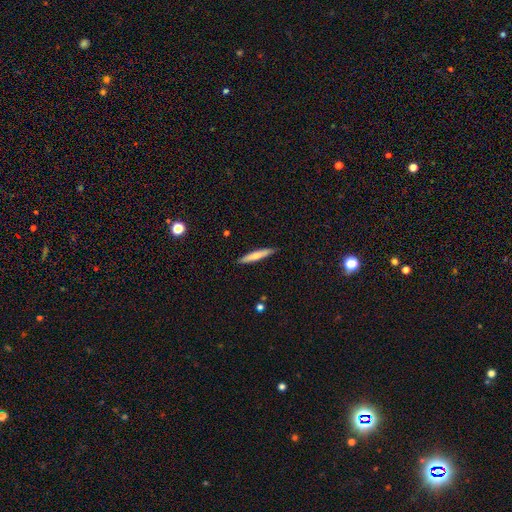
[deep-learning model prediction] This is likely a smooth galaxy (65%). How rounded: clearly cigar-shaped (93%). Merging: clearly none (88%).